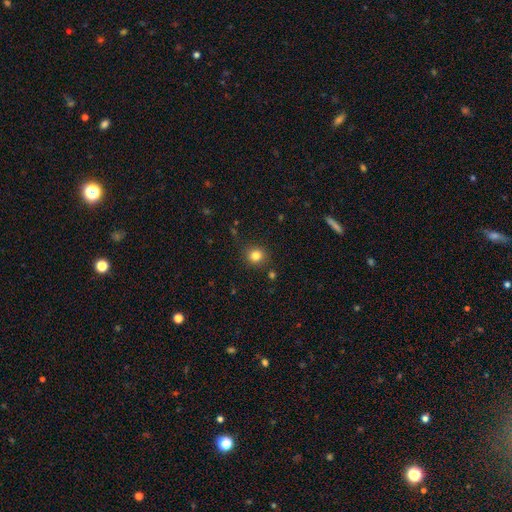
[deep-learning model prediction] Smooth or featured: smooth — 82% (star or artifact — 12%)
How rounded: round — 87% (in between — 12%)
Merging: none — 86% (minor disturbance — 9%)